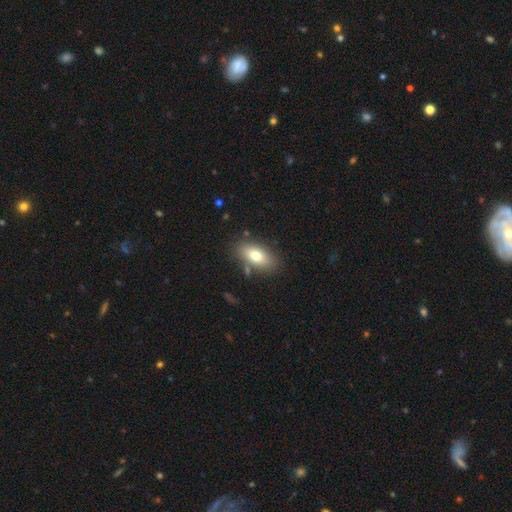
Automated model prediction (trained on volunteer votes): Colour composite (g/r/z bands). It shows a smooth galaxy with no disk features (74%) that is in between round and cigar-shaped (88%). Merging: none (80%).